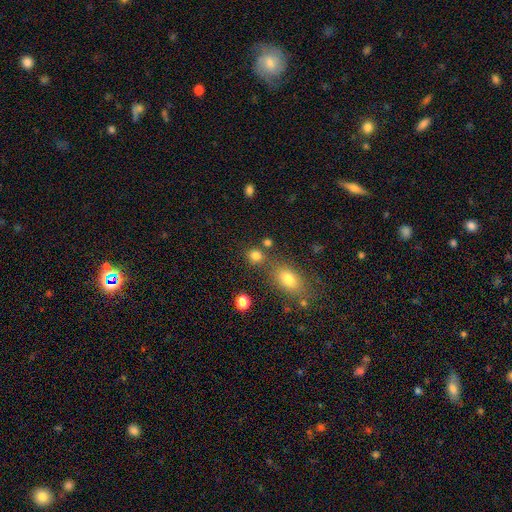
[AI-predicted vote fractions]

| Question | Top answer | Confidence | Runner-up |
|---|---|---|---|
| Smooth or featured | smooth | 80% | star or artifact (14%) |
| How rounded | round | 78% | in between (20%) |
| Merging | none | 69% | merger (16%) |